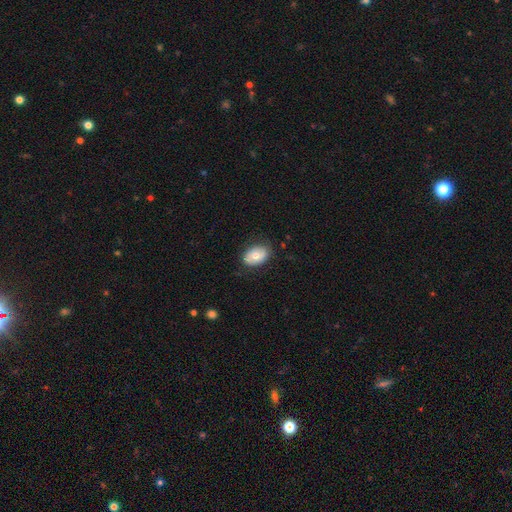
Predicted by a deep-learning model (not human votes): This is likely a smooth galaxy (72%). How rounded: clearly in between (86%). Merging: clearly none (80%).